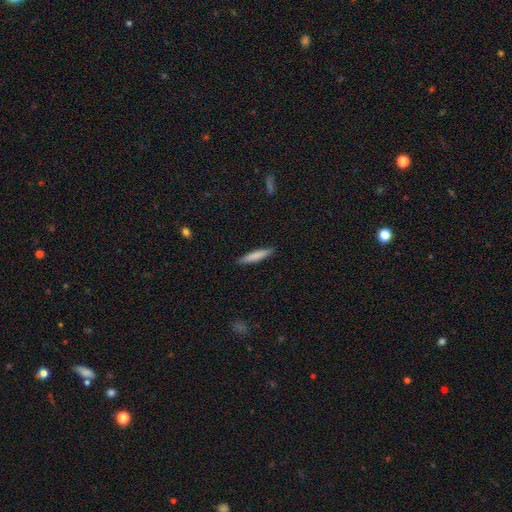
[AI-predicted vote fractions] Q: Smooth or featured?
A: smooth (79%); runner-up: featured or disk (16%)
Q: How rounded?
A: cigar-shaped (89%); runner-up: in between (10%)
Q: Merging?
A: none (89%); runner-up: minor disturbance (8%)